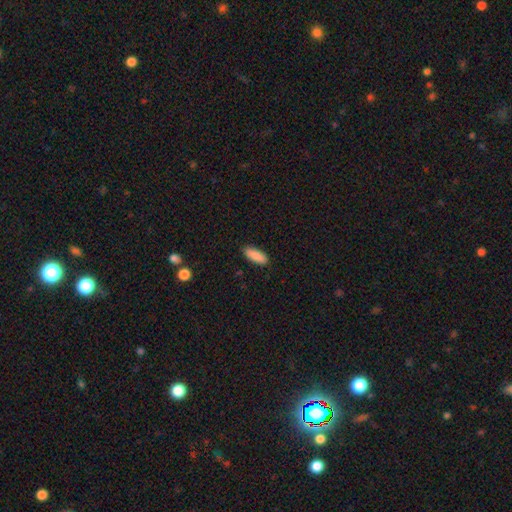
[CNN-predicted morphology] A smooth galaxy with no disk features (89%) that is in between round and cigar-shaped (70%). Merging: none (89%).